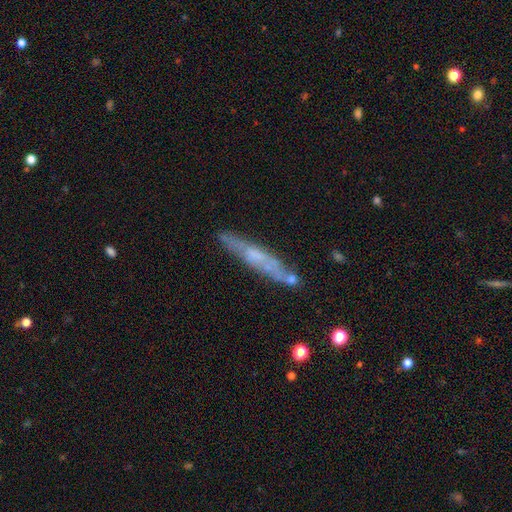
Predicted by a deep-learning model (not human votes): Smooth or featured: featured or disk — 56% (smooth — 36%)
Edge-on disk: yes — 75% (no — 25%)
Merging: none — 72% (minor disturbance — 17%)